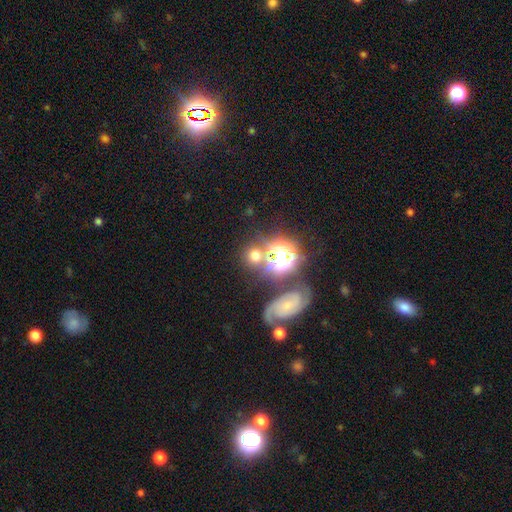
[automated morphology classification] smooth 56%, star or artifact 27%, featured or disk 17%. Down the decision tree: how rounded — round (84%); merging — none (65%).